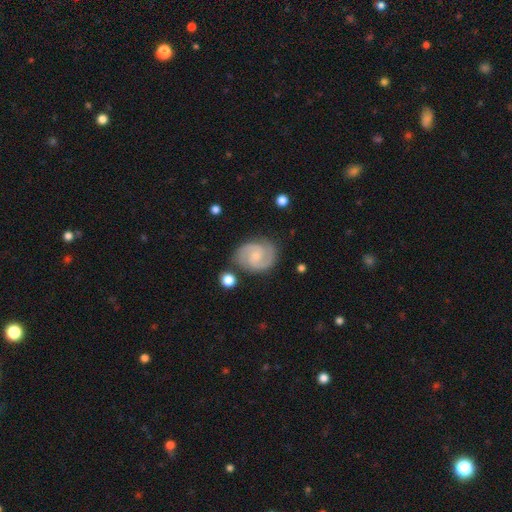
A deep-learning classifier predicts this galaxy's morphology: A featured or disk galaxy (88%) with no bar (54%), 2 (92%) medium (47%) spiral arms (98%) and a small central bulge (61%).

Vote fractions:
- Smooth or featured? featured or disk: 88% / smooth: 7% / star or artifact: 5%
- Edge-on disk? no: 98% / yes: 2%
- Bar? no: 54% / weak: 39% / strong: 7%
- Spiral arms? yes: 98% / no: 2%
- Spiral winding? medium: 47% / tight: 46% / loose: 7%
- Spiral arm count? 2: 92% / 3: 3% / can't tell: 3% / 1: 1% / 4: 1% / more than 4: 1%
- Bulge size? small: 61% / moderate: 26% / none: 11% / large: 2% / dominant: 1%
- Merging? none: 82% / minor disturbance: 12% / major disturbance: 3% / merger: 3%